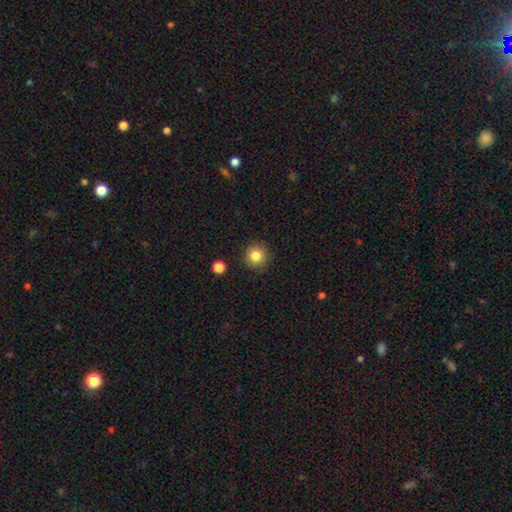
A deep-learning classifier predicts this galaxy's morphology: Smooth or featured? Predicted: smooth (p=0.83). How rounded? Predicted: round (p=0.93). Merging? Predicted: none (p=0.89).